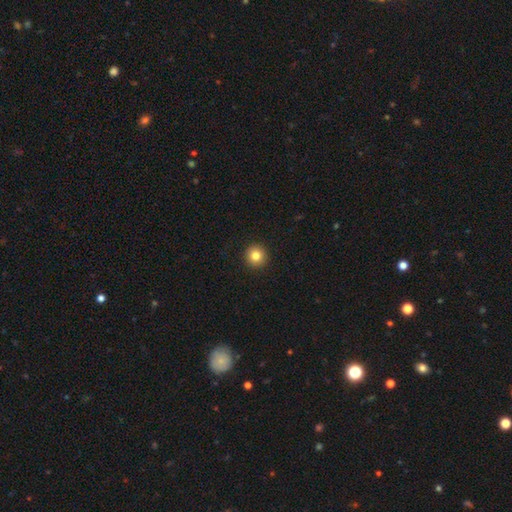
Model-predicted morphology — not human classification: A smooth galaxy with no disk features (83%) that is round (95%). Merging: none (93%).